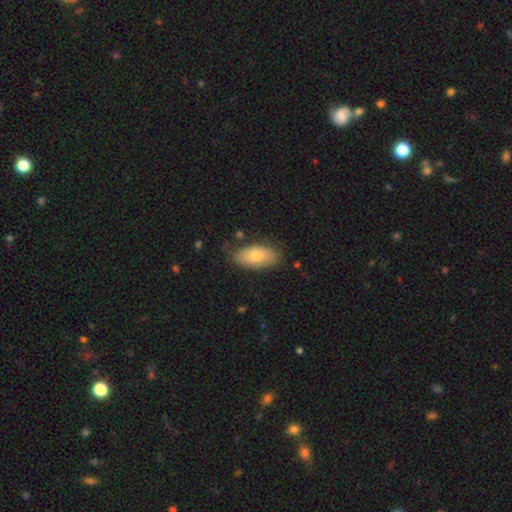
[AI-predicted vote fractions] Smooth or featured: smooth — 74% (featured or disk — 19%)
How rounded: in between — 91% (cigar-shaped — 6%)
Merging: none — 78% (minor disturbance — 17%)